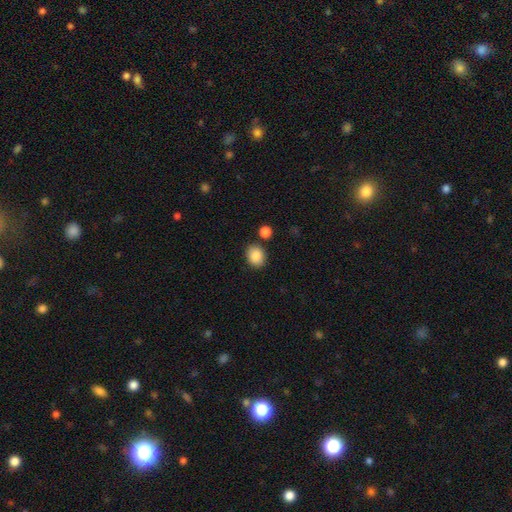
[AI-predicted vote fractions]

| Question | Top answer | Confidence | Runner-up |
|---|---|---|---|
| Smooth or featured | smooth | 87% | star or artifact (8%) |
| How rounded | round | 59% | in between (40%) |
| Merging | none | 84% | minor disturbance (9%) |